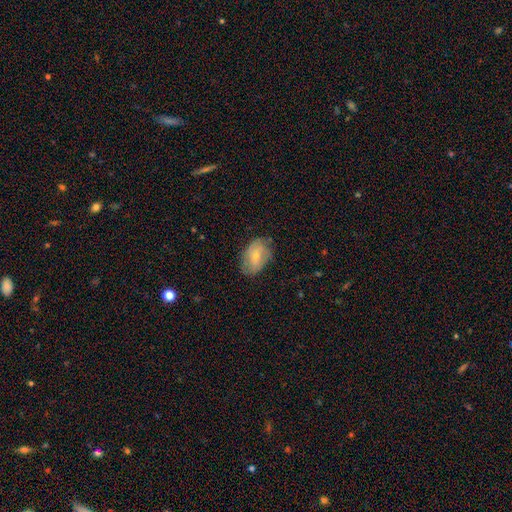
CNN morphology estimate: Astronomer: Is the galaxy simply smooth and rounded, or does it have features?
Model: smooth — 52% (runner-up: featured or disk, 40%).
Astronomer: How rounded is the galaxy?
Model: in between — 84%.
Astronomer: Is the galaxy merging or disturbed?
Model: none — 68%.